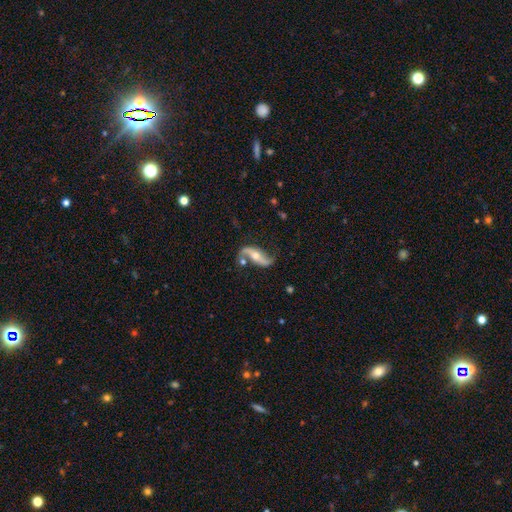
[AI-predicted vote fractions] The model was most divided on "bar": no: 47%, strong: 27%, weak: 26%. More confident: spiral arms — yes (94%); spiral arm count — 2 (92%); edge-on disk — no (89%); spiral winding — loose (86%); smooth or featured — featured or disk (85%); merging — none (67%); bulge size — moderate (59%).